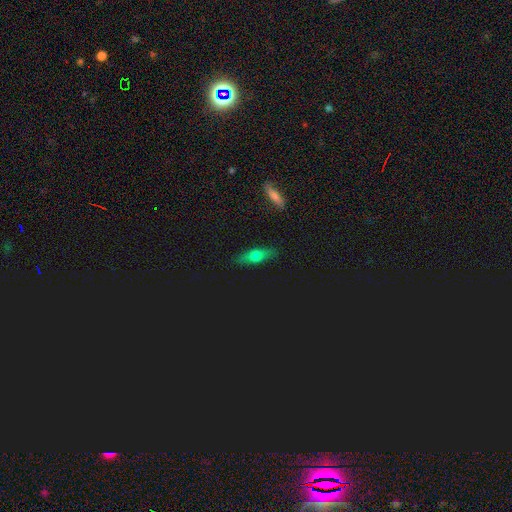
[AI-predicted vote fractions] Smooth or featured? smooth (48%)
Merging? none (85%)